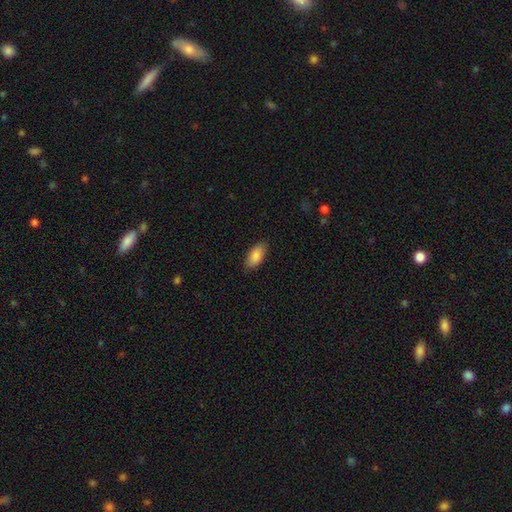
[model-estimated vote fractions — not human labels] smooth-or-featured: smooth: 88% | star or artifact: 6% | featured or disk: 6%
  how-rounded: in between: 91% | cigar-shaped: 7% | round: 2%
  merging: none: 87% | minor disturbance: 10% | major disturbance: 2% | merger: 1%